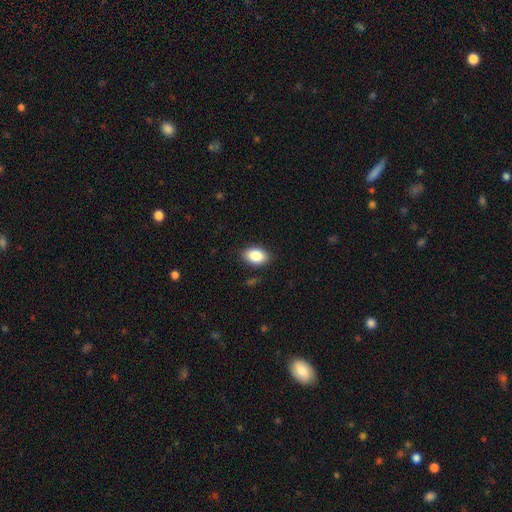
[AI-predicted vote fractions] A smooth galaxy with no disk features (86%) that is in between round and cigar-shaped (86%). Merging: none (87%).